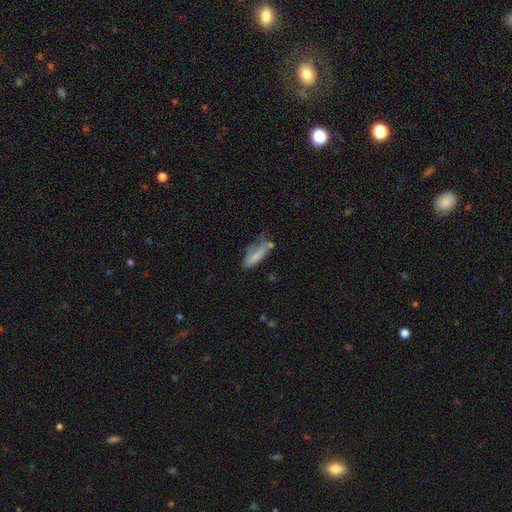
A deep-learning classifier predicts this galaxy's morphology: This is likely a smooth galaxy (70%). How rounded: possibly in between (50%). Merging: marginally none (35%).